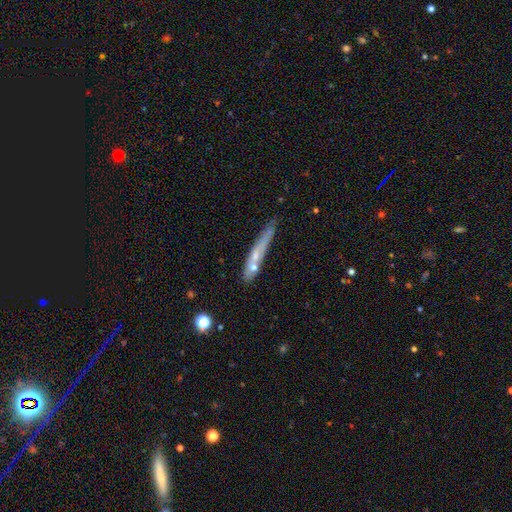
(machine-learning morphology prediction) type=smooth (48%); merging=none (62%).